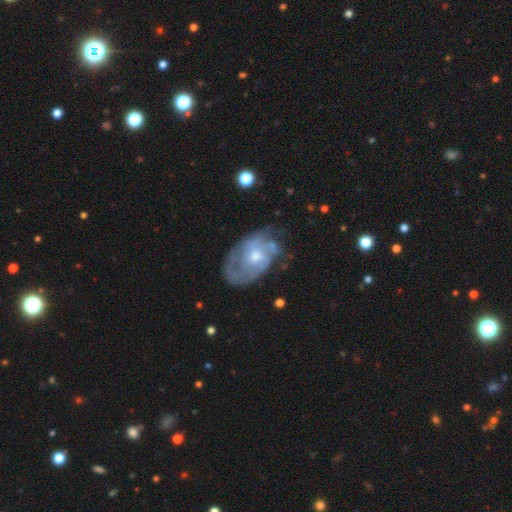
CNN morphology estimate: A featured or disk galaxy (76%) with no bar (71%), tight (48%) spiral arms (77%) and a moderate central bulge (55%). Merging: none (53%).